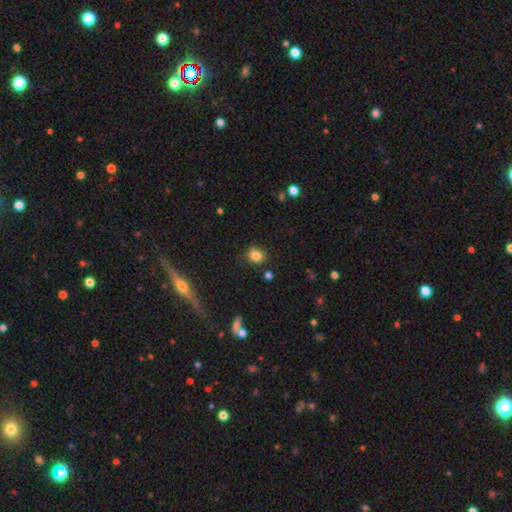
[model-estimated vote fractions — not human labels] Smooth or featured? Predicted: smooth (p=0.82). How rounded? Predicted: round (p=0.73). Merging? Predicted: none (p=0.76).